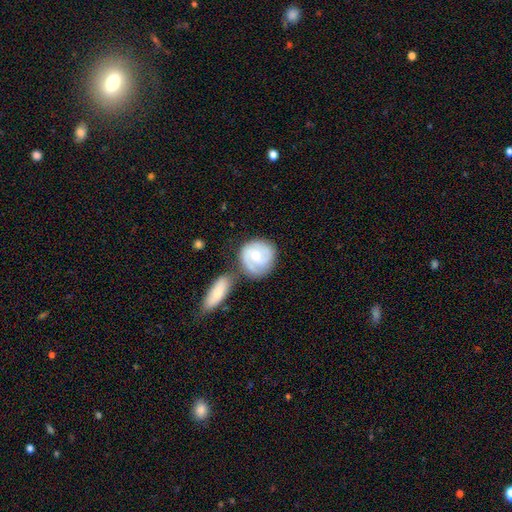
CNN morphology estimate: smooth-or-featured: featured or disk: 65% | smooth: 30% | star or artifact: 5%
  disk-edge-on: no: 97% | yes: 3%
    bar: no: 65% | weak: 30% | strong: 5%
    has-spiral-arms: yes: 89% | no: 11%
      spiral-winding: tight: 61% | medium: 29% | loose: 9%
      spiral-arm-count: 2: 50% | can't tell: 23% | 3: 12% | 1: 11% | 4: 2% | more than 4: 2%
    bulge-size: moderate: 57% | small: 37% | large: 3% | none: 2% | dominant: 1%
  merging: none: 55% | merger: 21% | minor disturbance: 18% | major disturbance: 6%